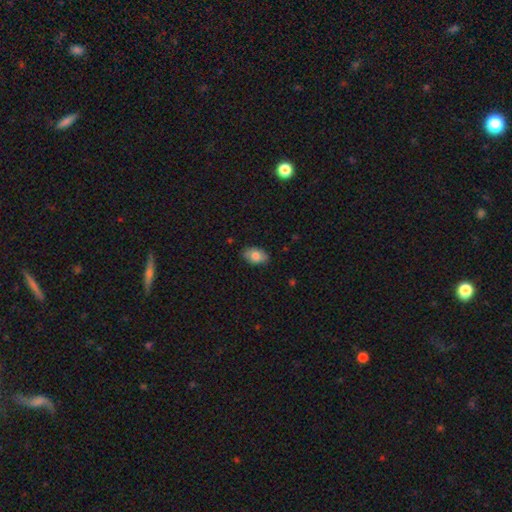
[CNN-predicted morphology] Smooth or featured? Predicted: smooth (p=0.79). How rounded? Predicted: in between (p=0.90). Merging? Predicted: none (p=0.85).